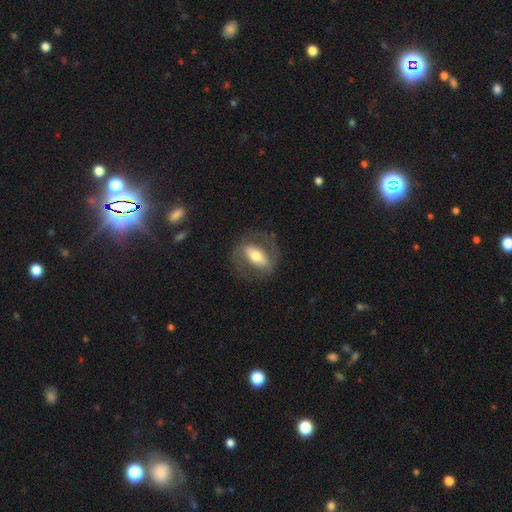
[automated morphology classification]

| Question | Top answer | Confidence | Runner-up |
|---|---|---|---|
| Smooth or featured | featured or disk | 59% | smooth (35%) |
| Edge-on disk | no | 84% | yes (16%) |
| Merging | none | 74% | minor disturbance (13%) |